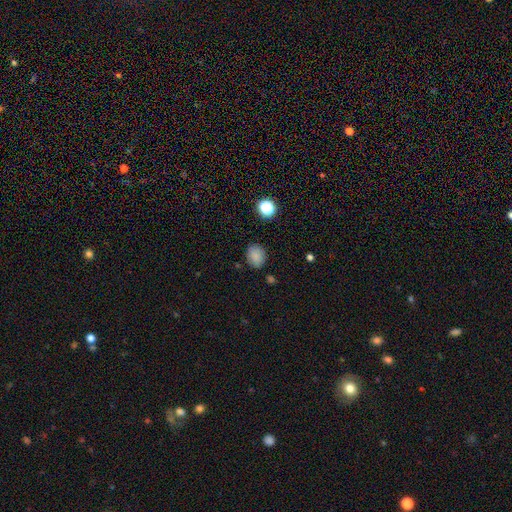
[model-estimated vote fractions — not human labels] smooth-or-featured: smooth: 82% | star or artifact: 11% | featured or disk: 6%
  how-rounded: round: 53% | in between: 46% | cigar-shaped: 1%
  merging: none: 82% | minor disturbance: 13% | major disturbance: 3% | merger: 2%